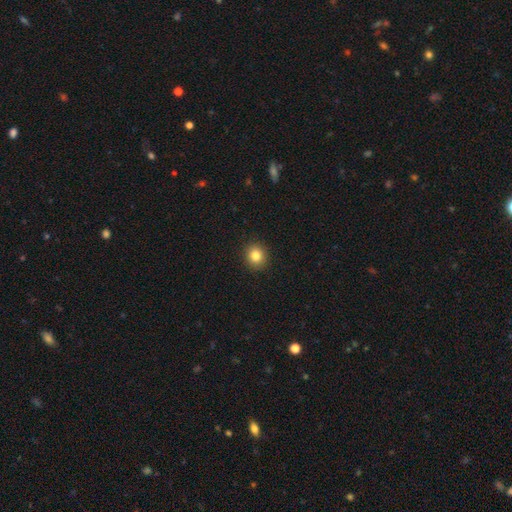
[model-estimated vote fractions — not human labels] Smooth or featured: smooth — 83% (star or artifact — 11%)
How rounded: round — 84% (in between — 15%)
Merging: none — 92% (minor disturbance — 5%)